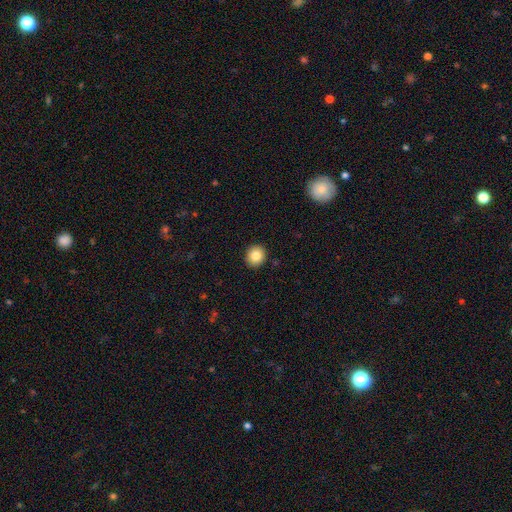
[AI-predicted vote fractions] Smooth or featured? smooth (83%)
How rounded? round (86%)
Merging? none (91%)